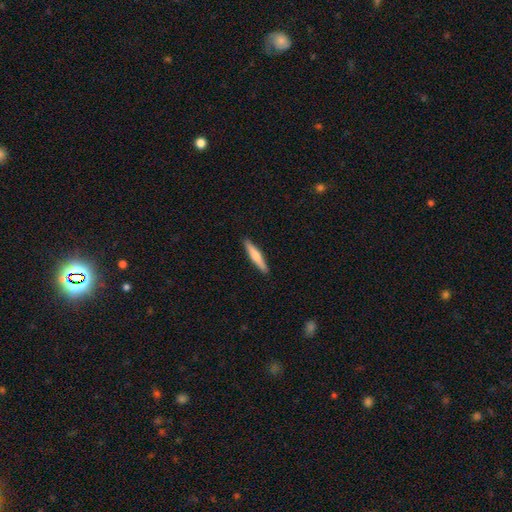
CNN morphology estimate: smooth_or_featured: smooth (p=0.55) [alt: featured or disk p=0.40]
how_rounded: cigar-shaped (p=0.92) [alt: in between p=0.07]
merging: none (p=0.91) [alt: minor disturbance p=0.06]